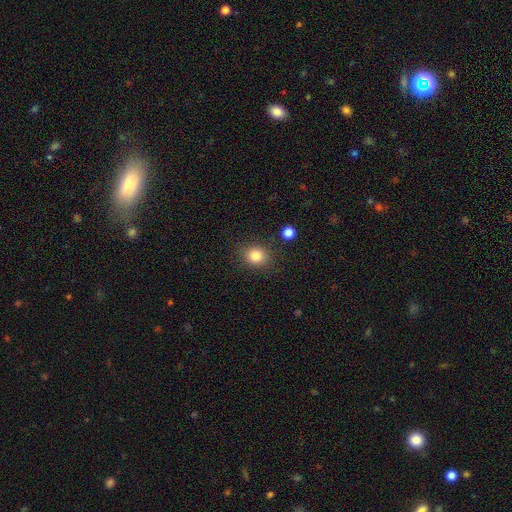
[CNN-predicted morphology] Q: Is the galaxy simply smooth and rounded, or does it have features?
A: smooth — 83%.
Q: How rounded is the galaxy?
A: round — 76%.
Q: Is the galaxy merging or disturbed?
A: none — 84%.